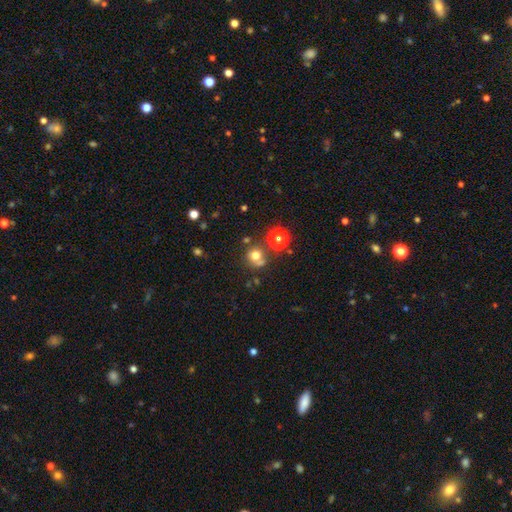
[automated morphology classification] A smooth galaxy with no disk features (70%) that is round (85%).

Vote fractions:
- Smooth or featured? smooth: 70% / star or artifact: 19% / featured or disk: 11%
- How rounded? round: 85% / in between: 14% / cigar-shaped: 1%
- Merging? none: 57% / merger: 24% / minor disturbance: 13% / major disturbance: 6%